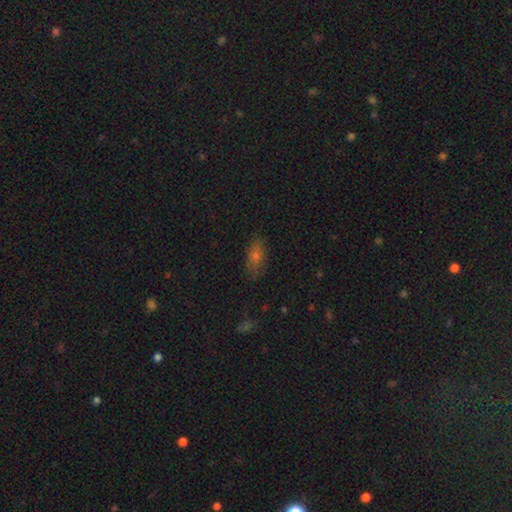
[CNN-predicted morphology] A smooth galaxy with no disk features (67%) that is in between round and cigar-shaped (81%). Merging: none (80%).